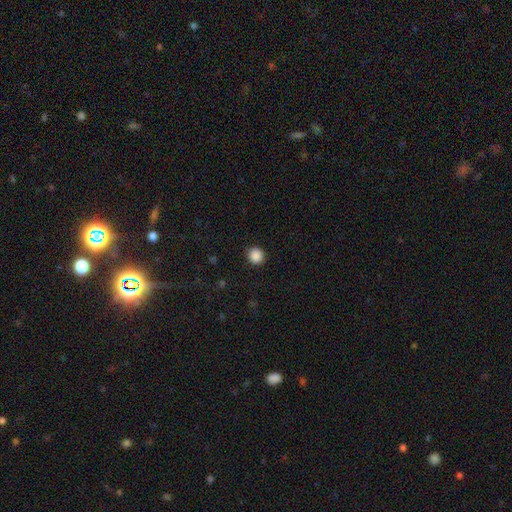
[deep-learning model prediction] Q: Smooth or featured?
A: smooth (88%); runner-up: star or artifact (10%)
Q: How rounded?
A: round (90%); runner-up: in between (9%)
Q: Merging?
A: none (91%); runner-up: minor disturbance (6%)